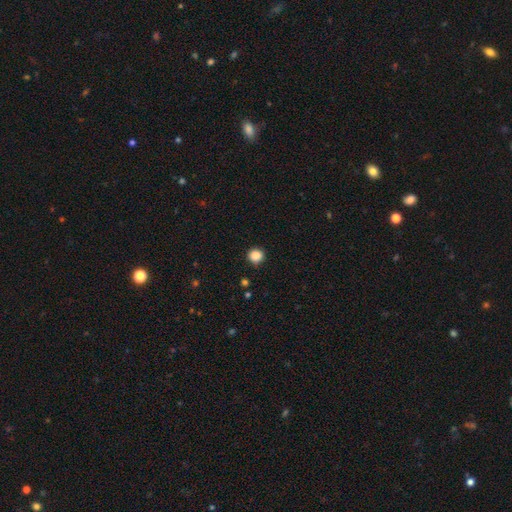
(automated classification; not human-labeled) Overall: smooth (87%). How rounded: round (93%). Merging: none (90%).